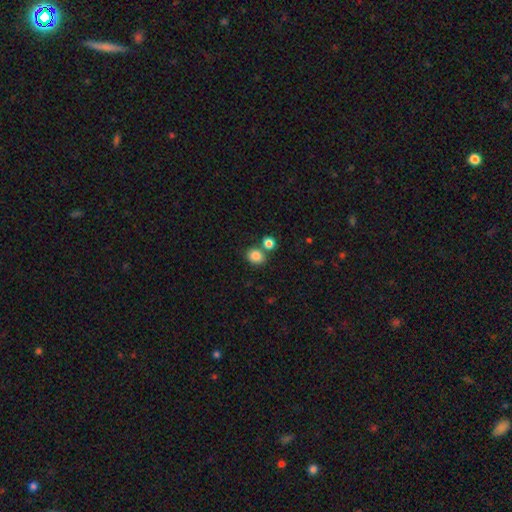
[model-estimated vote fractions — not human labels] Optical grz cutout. It shows a smooth galaxy with no disk features (85%) that is round (62%). Merging: none (66%).